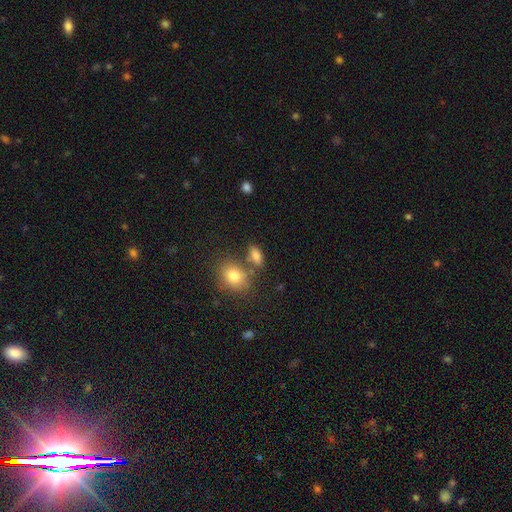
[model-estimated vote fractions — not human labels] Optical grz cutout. It shows a smooth galaxy with no disk features (80%) that is in between round and cigar-shaped (81%). Merging: none (62%).